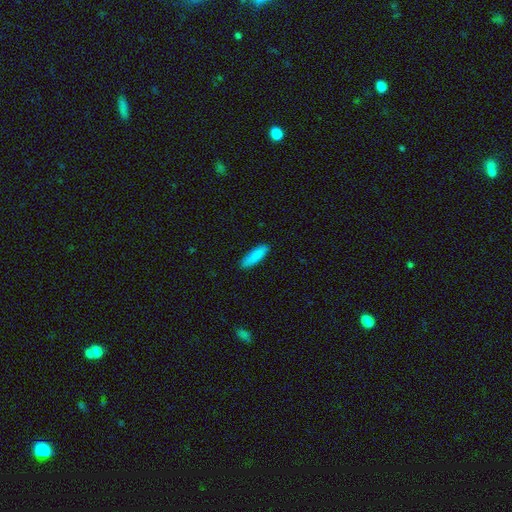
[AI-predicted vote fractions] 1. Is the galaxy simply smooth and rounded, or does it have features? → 89% smooth, 6% star or artifact, 5% featured or disk.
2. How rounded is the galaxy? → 56% cigar-shaped, 42% in between, 2% round.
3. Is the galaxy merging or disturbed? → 89% none, 8% minor disturbance, 2% major disturbance, 1% merger.